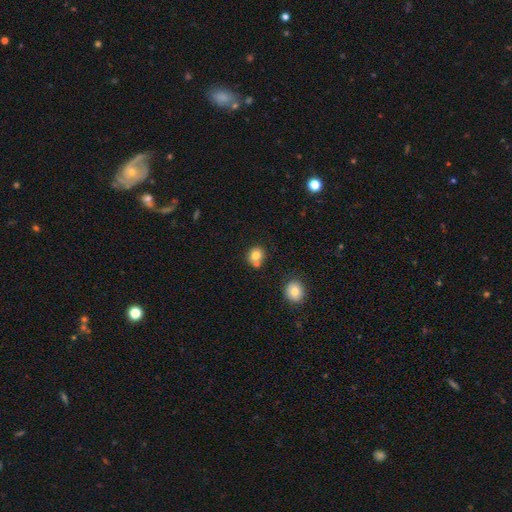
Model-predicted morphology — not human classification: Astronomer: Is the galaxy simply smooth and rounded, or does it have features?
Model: smooth — 79%.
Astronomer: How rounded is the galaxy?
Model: round — 81%.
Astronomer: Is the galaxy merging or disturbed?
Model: none — 62%.